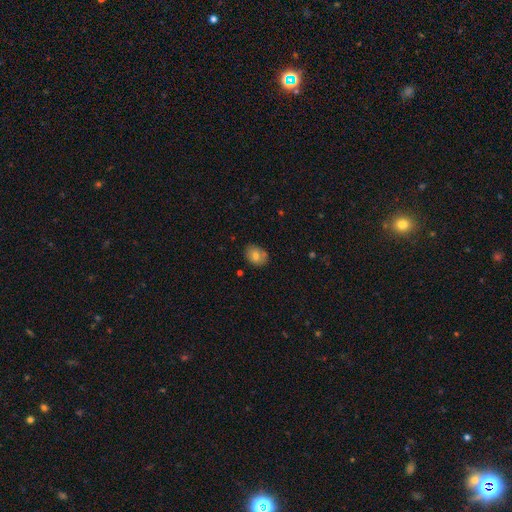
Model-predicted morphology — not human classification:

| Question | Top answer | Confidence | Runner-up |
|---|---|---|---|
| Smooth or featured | smooth | 72% | featured or disk (20%) |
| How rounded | in between | 63% | round (36%) |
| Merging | none | 77% | minor disturbance (17%) |